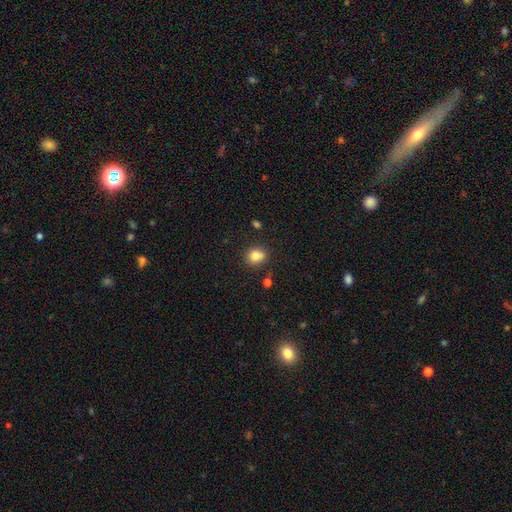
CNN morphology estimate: smooth_or_featured: smooth (p=0.81) [alt: star or artifact p=0.11]
how_rounded: round (p=0.68) [alt: in between p=0.31]
merging: none (p=0.67) [alt: minor disturbance p=0.16]